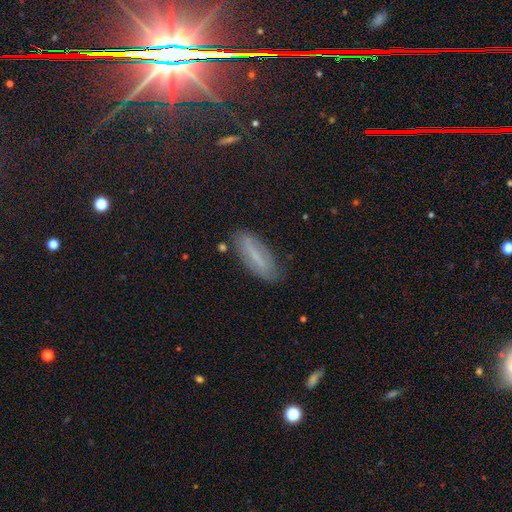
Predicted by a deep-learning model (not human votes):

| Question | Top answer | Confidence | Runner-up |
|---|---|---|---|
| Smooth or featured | smooth | 50% | featured or disk (34%) |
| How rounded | in between | 50% | cigar-shaped (48%) |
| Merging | none | 75% | minor disturbance (18%) |